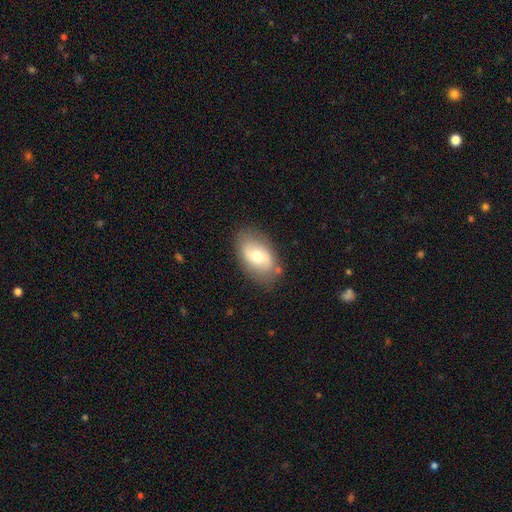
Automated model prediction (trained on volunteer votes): Smooth or featured? smooth (53%)
How rounded? in between (89%)
Merging? none (79%)